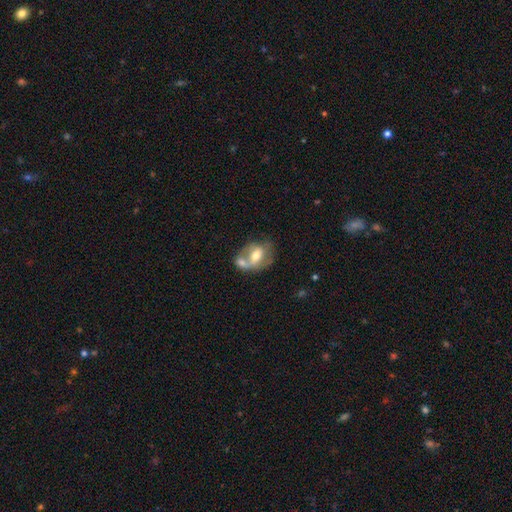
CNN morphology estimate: type=featured or disk (47%); merging=merger (50%).